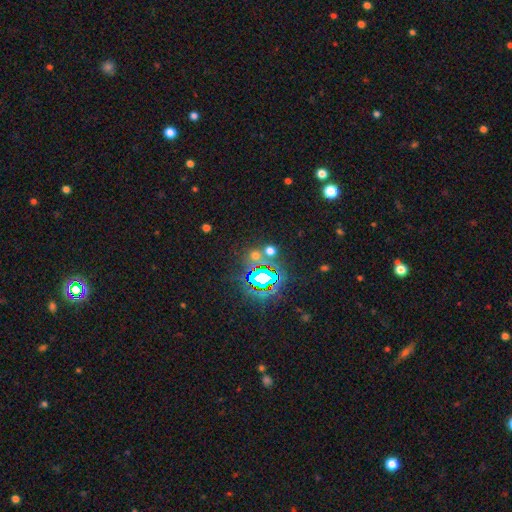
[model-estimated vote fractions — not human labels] Overall: star or artifact (55%; smooth 37%).